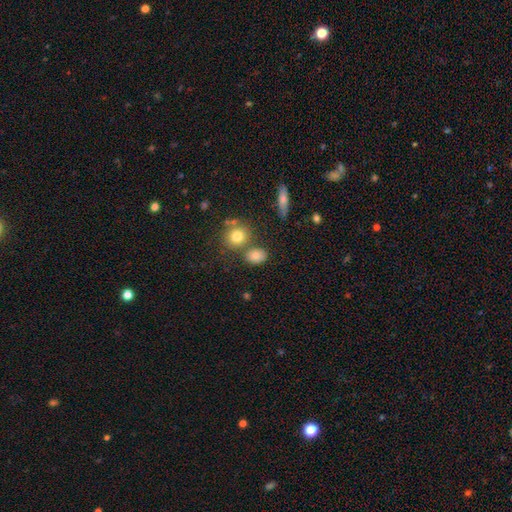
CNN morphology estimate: Smooth or featured? Predicted: smooth (p=0.80). How rounded? Predicted: in between (p=0.60). Merging? Predicted: none (p=0.68).